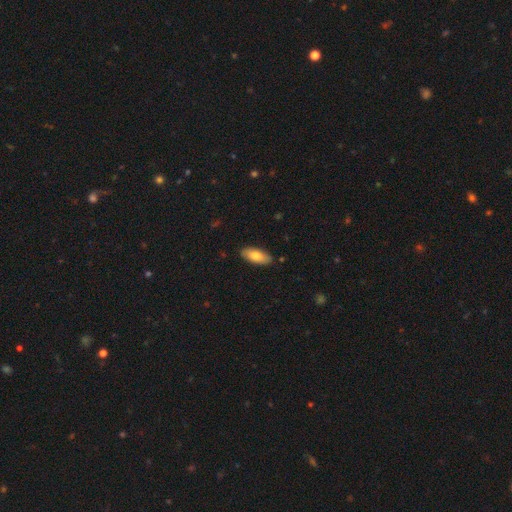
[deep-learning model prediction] smooth 79%, featured or disk 15%, star or artifact 6%. Down the decision tree: how rounded — in between (84%); merging — none (87%).